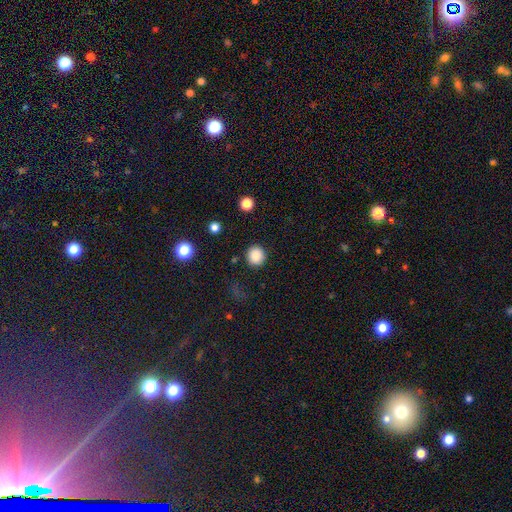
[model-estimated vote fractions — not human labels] Q: Smooth or featured?
A: smooth (87%); runner-up: star or artifact (10%)
Q: How rounded?
A: round (92%); runner-up: in between (7%)
Q: Merging?
A: none (89%); runner-up: minor disturbance (7%)